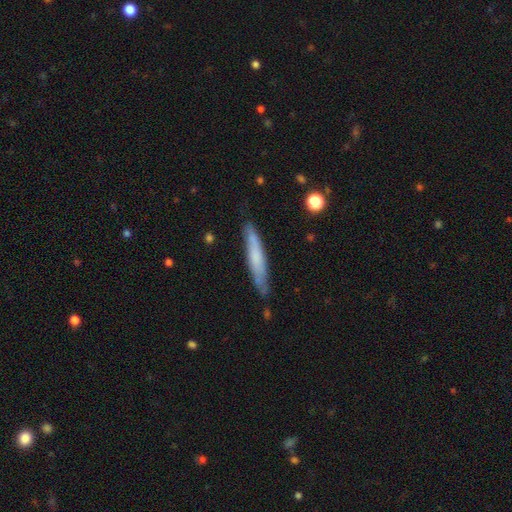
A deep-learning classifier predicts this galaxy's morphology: A smooth galaxy with no disk features (57%) that is cigar-shaped (92%).

Vote fractions:
- Smooth or featured? smooth: 57% / featured or disk: 37% / star or artifact: 6%
- How rounded? cigar-shaped: 92% / in between: 6% / round: 1%
- Merging? none: 79% / minor disturbance: 16% / major disturbance: 3% / merger: 2%